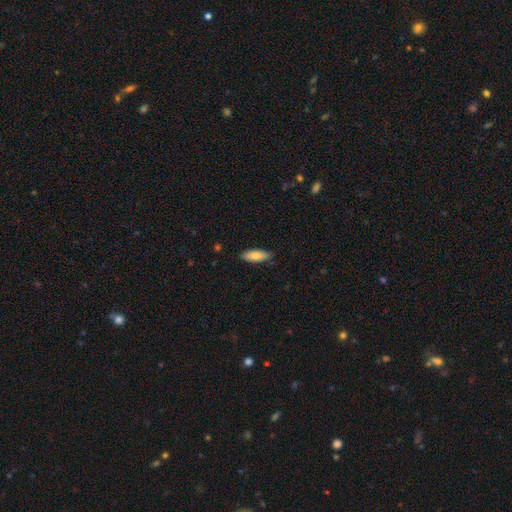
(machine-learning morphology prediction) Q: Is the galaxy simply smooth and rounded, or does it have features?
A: smooth — 80%.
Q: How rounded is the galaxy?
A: in between — 69%.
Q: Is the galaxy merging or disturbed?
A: none — 86%.